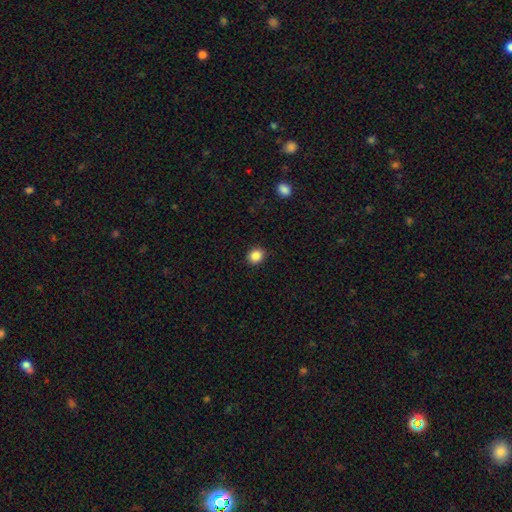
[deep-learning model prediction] The model was most divided on "how rounded": round: 80%, in between: 19%, cigar-shaped: 1%. More confident: merging — none (90%); smooth or featured — smooth (86%).